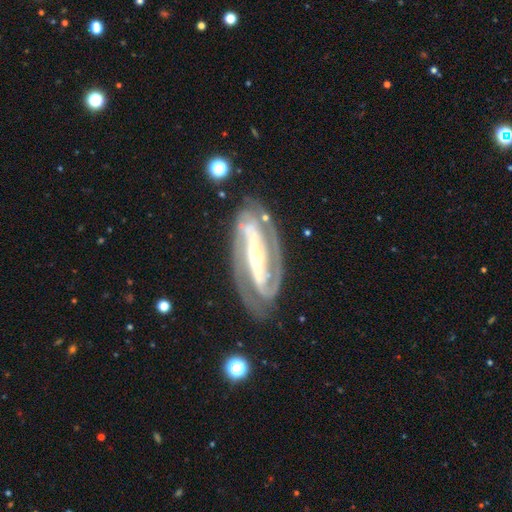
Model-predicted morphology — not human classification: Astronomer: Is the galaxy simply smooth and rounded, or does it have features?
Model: featured or disk — 91%.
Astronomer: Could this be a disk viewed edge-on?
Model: no — 92%.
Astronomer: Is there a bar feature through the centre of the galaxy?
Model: strong — 79%.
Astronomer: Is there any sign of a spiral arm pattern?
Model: yes — 97%.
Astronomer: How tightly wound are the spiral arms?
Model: tight — 53% (runner-up: medium, 39%).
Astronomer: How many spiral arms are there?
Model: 2 — 91%.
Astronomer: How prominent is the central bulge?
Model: small — 48% (runner-up: moderate, 39%).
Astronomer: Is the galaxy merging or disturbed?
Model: none — 81%.